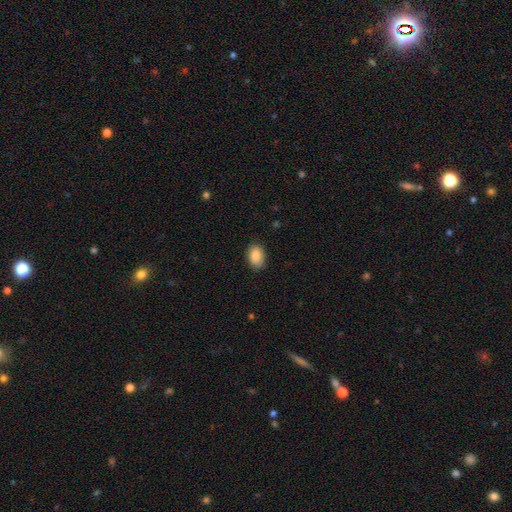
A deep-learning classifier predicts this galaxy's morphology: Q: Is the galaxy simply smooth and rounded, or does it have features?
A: smooth — 88%.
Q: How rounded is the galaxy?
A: in between — 85%.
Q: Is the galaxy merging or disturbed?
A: none — 83%.